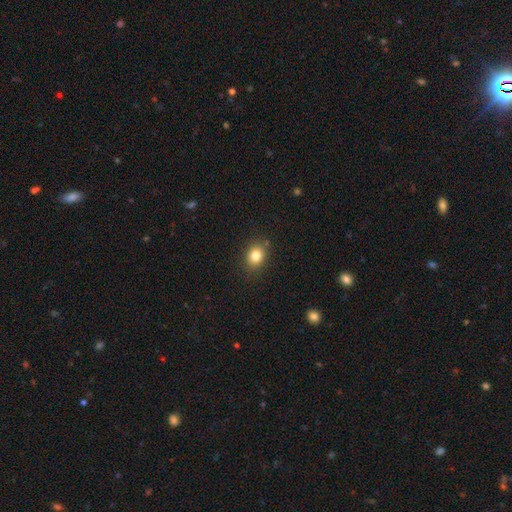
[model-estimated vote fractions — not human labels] Smooth or featured? Predicted: smooth (p=0.81). How rounded? Predicted: round (p=0.54). Merging? Predicted: none (p=0.84).